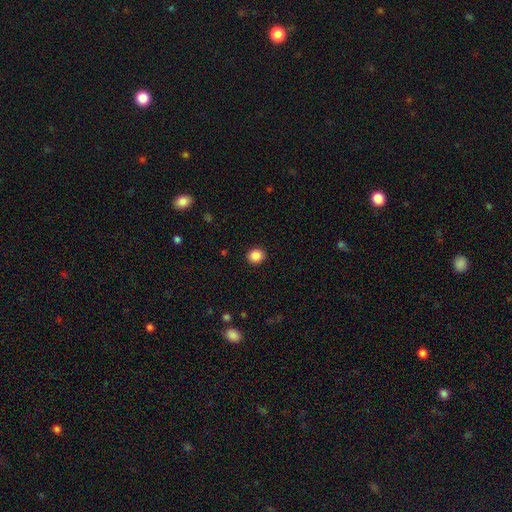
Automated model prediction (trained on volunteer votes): Smooth or featured? smooth (87%)
How rounded? round (80%)
Merging? none (92%)